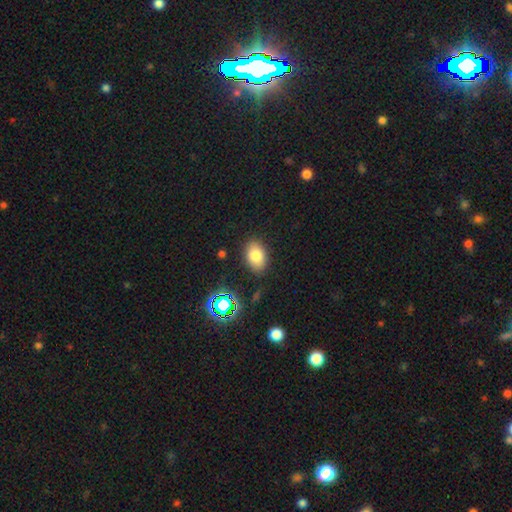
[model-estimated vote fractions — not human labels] The model was most divided on "how rounded": in between: 82%, round: 17%, cigar-shaped: 1%. More confident: merging — none (84%); smooth or featured — smooth (78%).